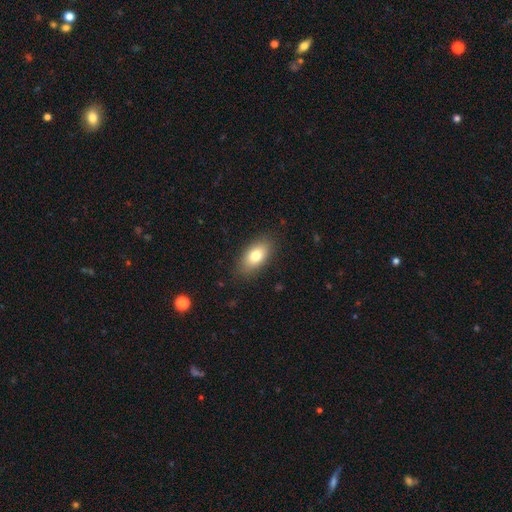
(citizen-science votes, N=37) Overall: smooth (73%). How rounded: in between (89%). Merging: none (89%).